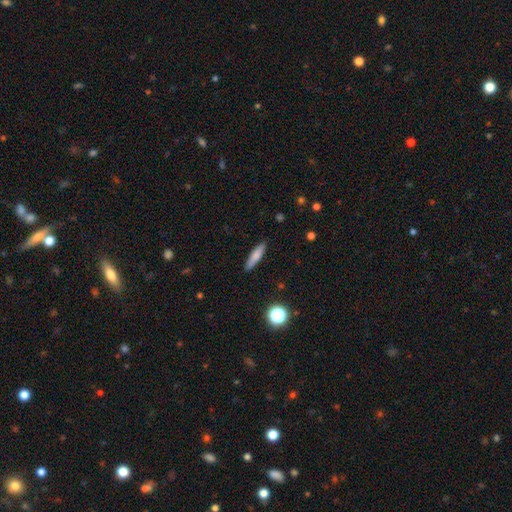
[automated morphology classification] A smooth galaxy with no disk features (75%) that is cigar-shaped (78%).

Vote fractions:
- Smooth or featured? smooth: 75% / featured or disk: 17% / star or artifact: 8%
- How rounded? cigar-shaped: 78% / in between: 19% / round: 2%
- Merging? none: 88% / minor disturbance: 9% / major disturbance: 2% / merger: 1%